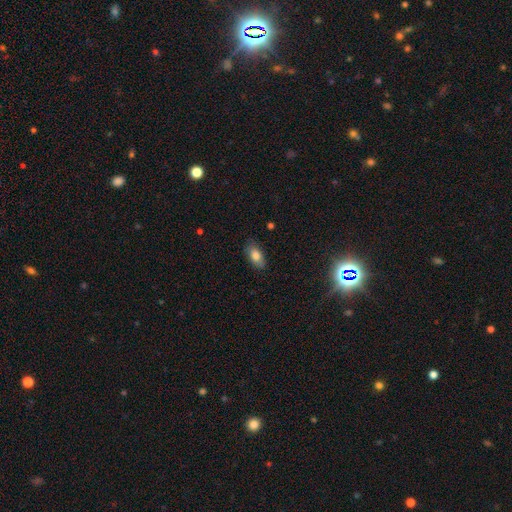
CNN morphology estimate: A smooth galaxy with no disk features (81%) that is in between round and cigar-shaped (90%).

Vote fractions:
- Smooth or featured? smooth: 81% / featured or disk: 11% / star or artifact: 8%
- How rounded? in between: 90% / round: 6% / cigar-shaped: 4%
- Merging? none: 83% / minor disturbance: 13% / major disturbance: 3% / merger: 1%